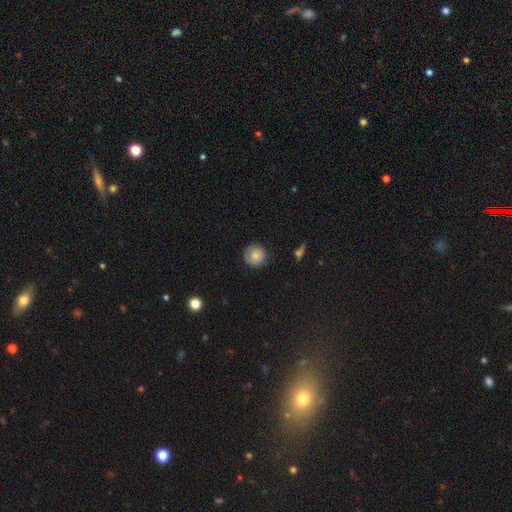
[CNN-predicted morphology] A smooth galaxy with no disk features (78%) that is round (94%).

Vote fractions:
- Smooth or featured? smooth: 78% / featured or disk: 13% / star or artifact: 8%
- How rounded? round: 94% / in between: 5% / cigar-shaped: 1%
- Merging? none: 84% / minor disturbance: 12% / major disturbance: 3% / merger: 1%